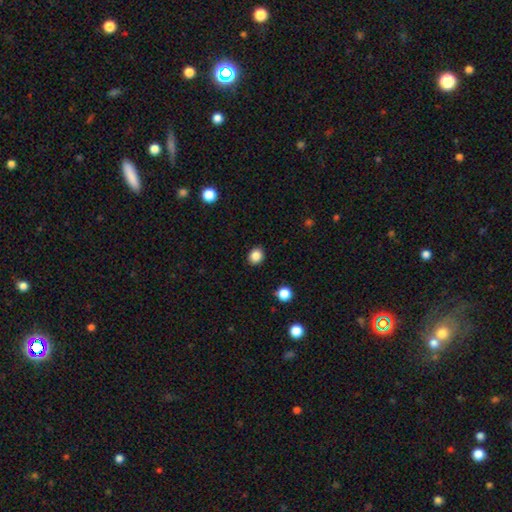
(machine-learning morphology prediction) Overall: smooth (86%). How rounded: round (68%; in between 31%). Merging: none (90%).